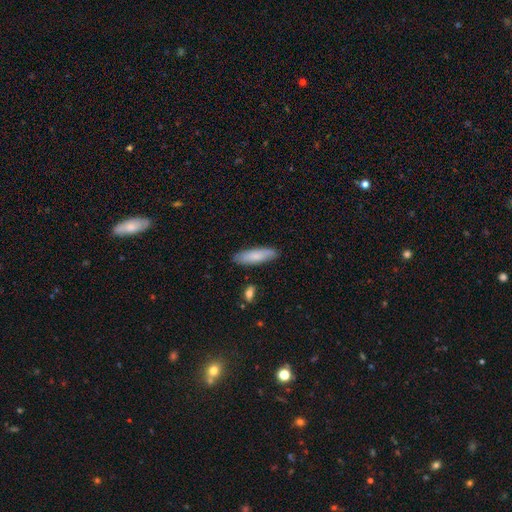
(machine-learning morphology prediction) type=smooth (77%); roundness=cigar-shaped (55%); merging=none (83%).